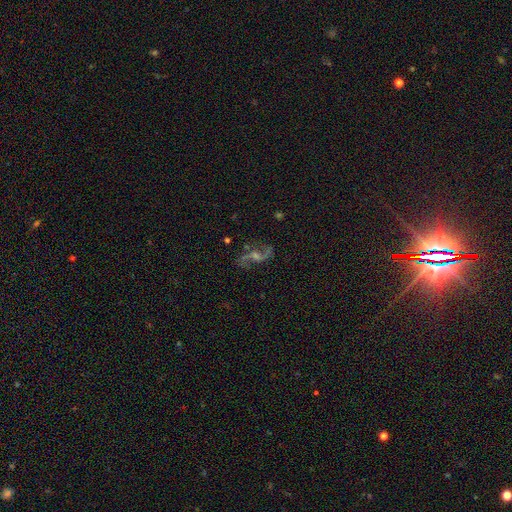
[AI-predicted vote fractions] This is clearly a featured or disk galaxy (84%). It is clearly not viewed edge-on (96%). Bar: possibly weak (45%). Spiral arm pattern: clearly yes (96%). Spiral arm count: clearly 2 (93%). Spiral winding: likely loose (68%). Central bulge: marginally moderate (43%). Merging: likely none (77%).